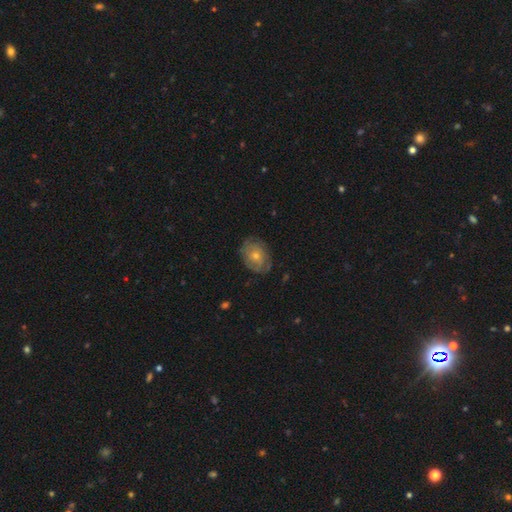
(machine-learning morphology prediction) Smooth or featured?
  - featured or disk: 56% *
  - smooth: 33%
  - star or artifact: 11%
Edge-on disk?
  - no: 96% *
  - yes: 4%
Bar?
  - no: 83% *
  - weak: 14%
  - strong: 3%
Spiral arms?
  - yes: 75% *
  - no: 25%
Bulge size?
  - small: 51% *
  - moderate: 44%
  - large: 2%
  - none: 1%
  - dominant: 1%
Merging?
  - none: 78% *
  - minor disturbance: 16%
  - major disturbance: 5%
  - merger: 1%